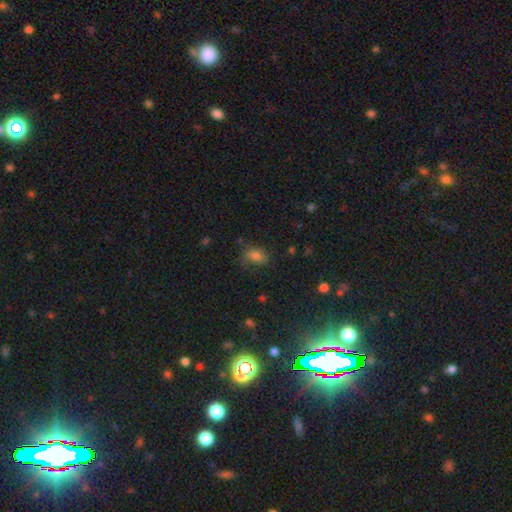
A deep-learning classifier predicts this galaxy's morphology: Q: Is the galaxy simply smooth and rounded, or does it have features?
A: smooth — 73%.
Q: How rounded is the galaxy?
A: in between — 76%.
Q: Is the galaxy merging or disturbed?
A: none — 61%.